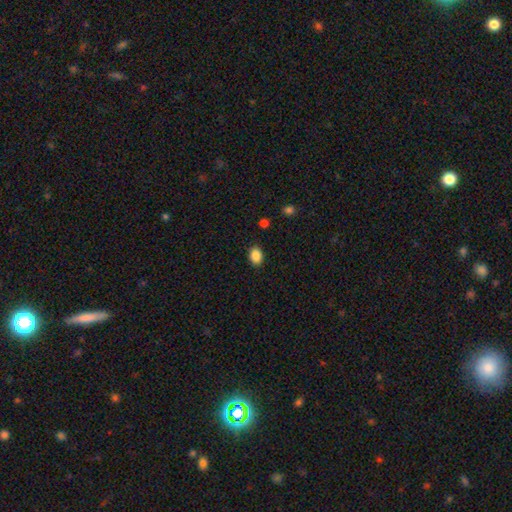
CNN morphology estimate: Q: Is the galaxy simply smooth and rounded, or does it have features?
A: smooth — 88%.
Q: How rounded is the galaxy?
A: in between — 72%.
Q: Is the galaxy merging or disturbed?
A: none — 88%.